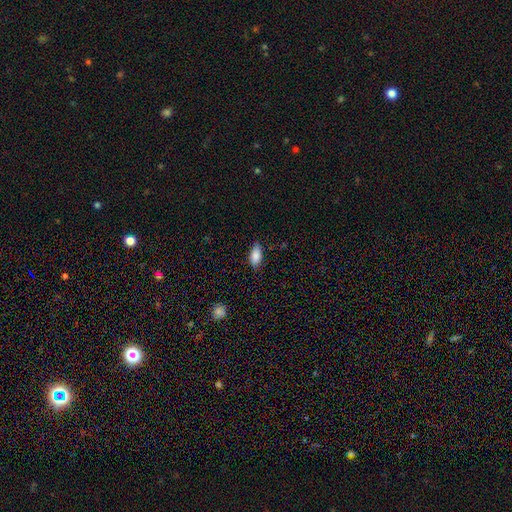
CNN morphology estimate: Smooth or featured: smooth — 86% (star or artifact — 7%)
How rounded: in between — 89% (cigar-shaped — 8%)
Merging: none — 80% (minor disturbance — 16%)